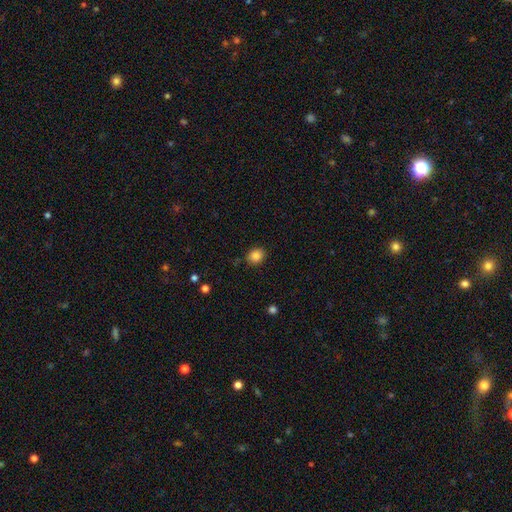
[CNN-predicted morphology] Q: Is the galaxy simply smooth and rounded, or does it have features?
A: smooth — 84%.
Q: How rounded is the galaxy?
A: round — 65%.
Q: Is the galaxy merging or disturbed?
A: none — 87%.